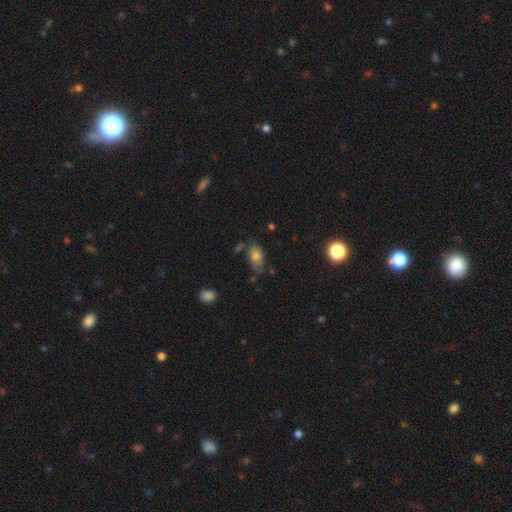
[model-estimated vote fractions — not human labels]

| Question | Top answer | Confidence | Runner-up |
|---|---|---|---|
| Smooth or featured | smooth | 73% | featured or disk (17%) |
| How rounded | in between | 90% | round (6%) |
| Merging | none | 56% | minor disturbance (29%) |